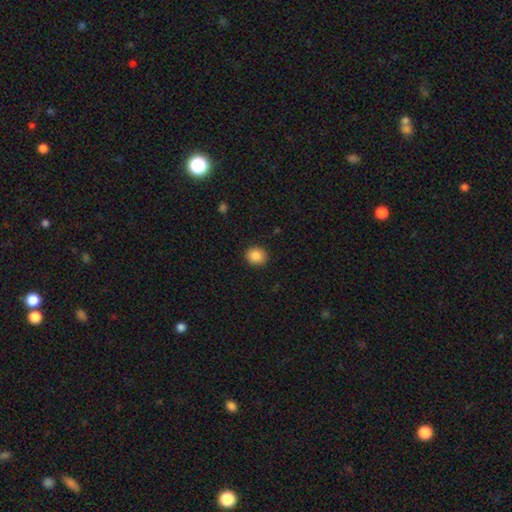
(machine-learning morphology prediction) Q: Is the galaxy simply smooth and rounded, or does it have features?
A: smooth — 88%.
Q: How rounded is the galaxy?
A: round — 79%.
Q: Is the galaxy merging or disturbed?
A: none — 90%.